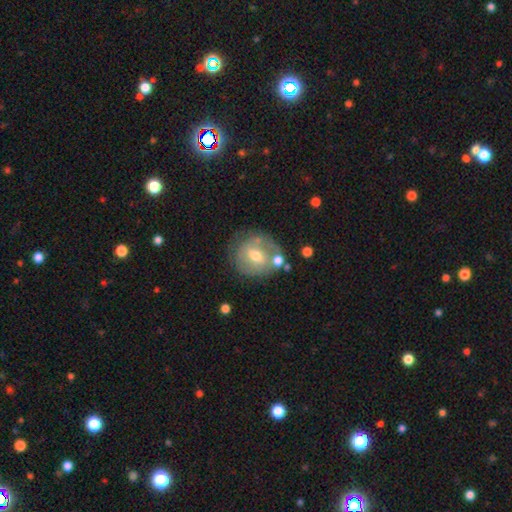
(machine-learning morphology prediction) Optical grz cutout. It shows a featured or disk galaxy (54%) with a weak bar (48%), spiral arms (54%) and a moderate central bulge (71%). Merging: none (61%).